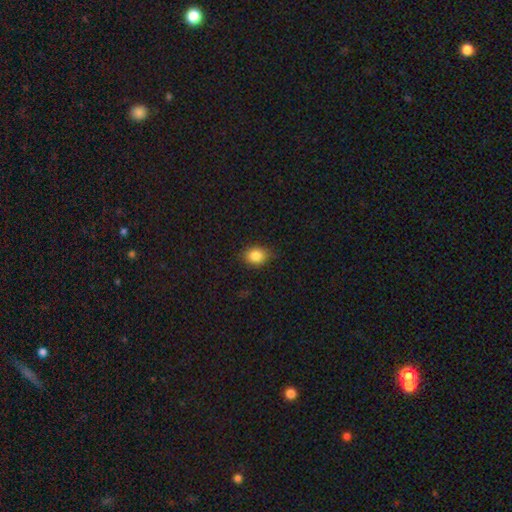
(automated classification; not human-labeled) The model was most divided on "how rounded": in between: 52%, round: 47%, cigar-shaped: 1%. More confident: smooth or featured — smooth (85%); merging — none (83%).